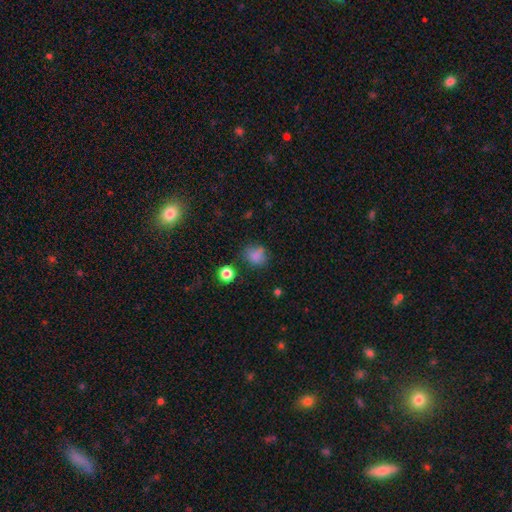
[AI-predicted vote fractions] Smooth or featured? smooth (77%)
How rounded? round (60%)
Merging? none (60%)